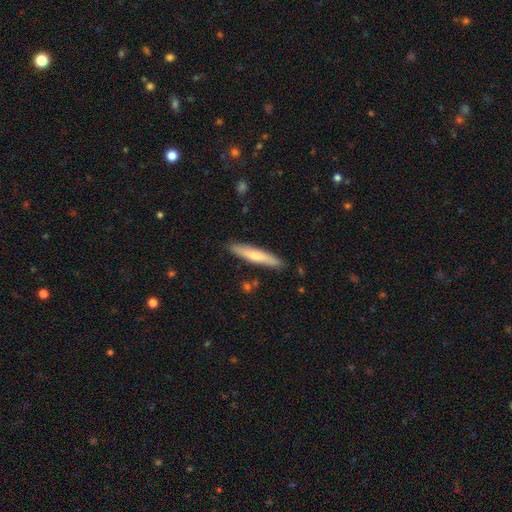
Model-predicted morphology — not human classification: Smooth or featured? smooth (66%)
How rounded? cigar-shaped (91%)
Merging? none (88%)